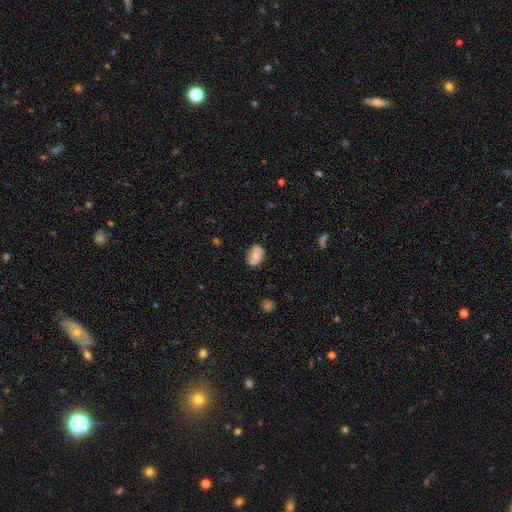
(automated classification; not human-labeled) smooth 72%, featured or disk 20%, star or artifact 8%. Down the decision tree: how rounded — in between (85%); merging — none (77%).